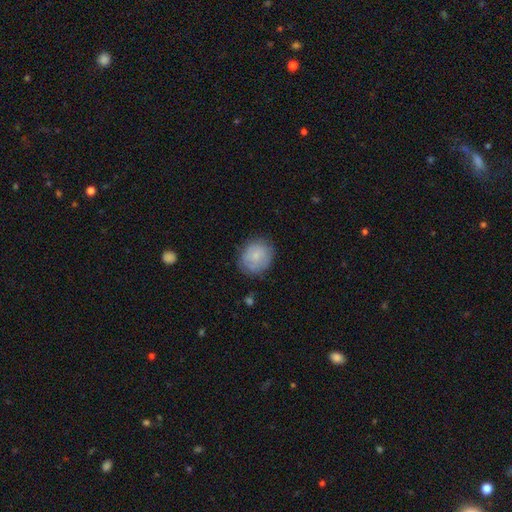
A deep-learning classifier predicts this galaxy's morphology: Smooth or featured? smooth (69%)
How rounded? round (70%)
Merging? none (75%)